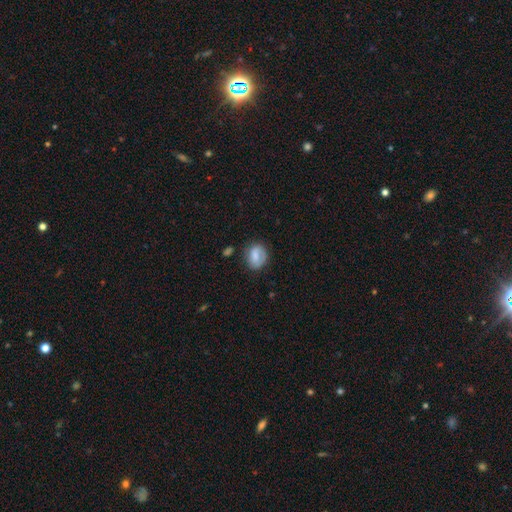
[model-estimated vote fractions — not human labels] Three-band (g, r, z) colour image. It shows a smooth galaxy with no disk features (69%) that is round (56%). Merging: none (66%).